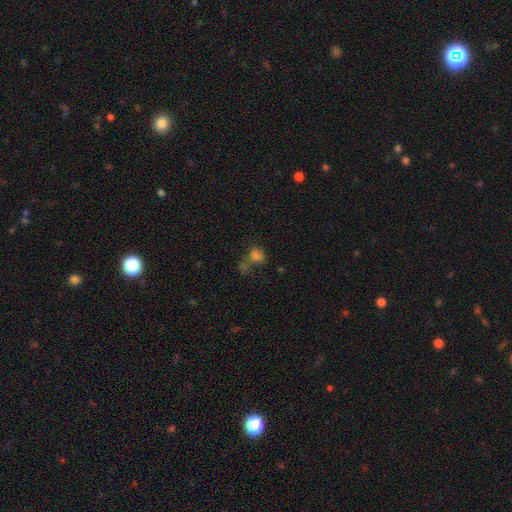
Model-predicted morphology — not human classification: Q: Smooth or featured?
A: smooth (69%); runner-up: star or artifact (20%)
Q: How rounded?
A: round (59%); runner-up: in between (39%)
Q: Merging?
A: merger (38%); runner-up: none (34%)